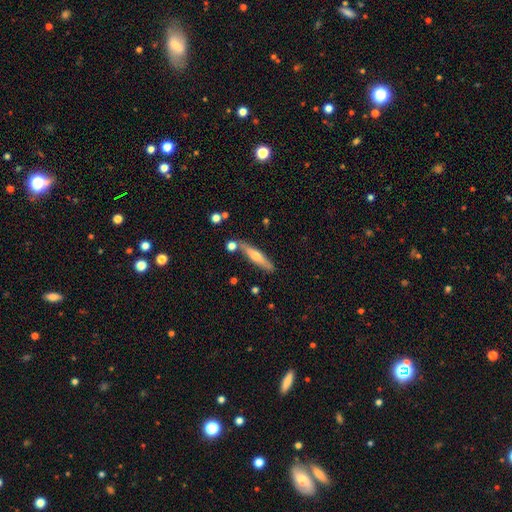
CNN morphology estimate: This is possibly a featured or disk galaxy (54%). It is clearly viewed edge-on (93%). Edge-on bulge: clearly rounded (87%). Merging: likely none (80%).